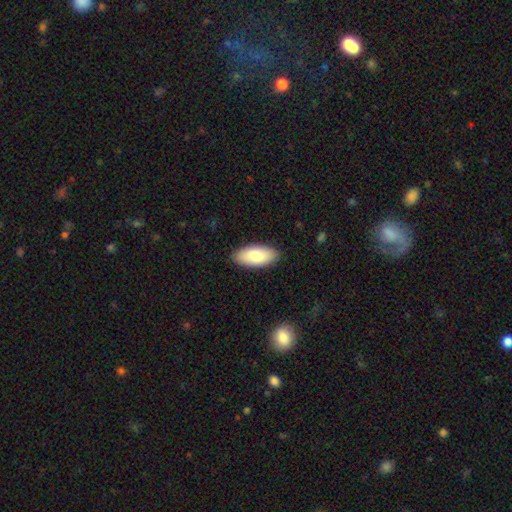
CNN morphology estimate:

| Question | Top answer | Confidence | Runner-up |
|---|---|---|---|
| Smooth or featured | smooth | 83% | featured or disk (12%) |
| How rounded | in between | 91% | cigar-shaped (8%) |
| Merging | none | 89% | minor disturbance (9%) |